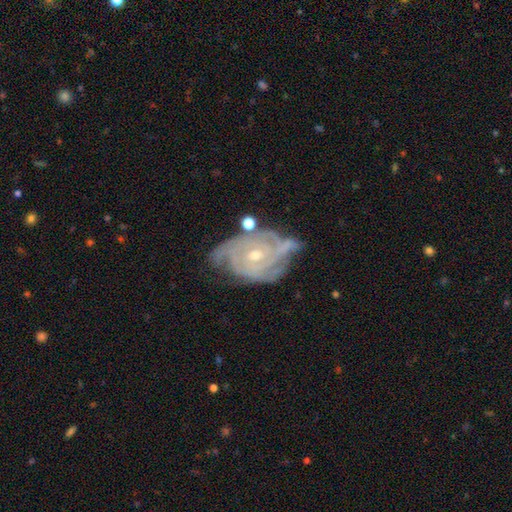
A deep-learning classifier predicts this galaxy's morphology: Q: Smooth or featured?
A: featured or disk (89%); runner-up: star or artifact (6%)
Q: Edge-on disk?
A: no (97%); runner-up: yes (3%)
Q: Bar?
A: no (61%); runner-up: weak (31%)
Q: Spiral arms?
A: yes (97%); runner-up: no (3%)
Q: Spiral winding?
A: tight (76%); runner-up: medium (21%)
Q: Spiral arm count?
A: 3 (28%); runner-up: can't tell (23%)
Q: Bulge size?
A: small (57%); runner-up: moderate (41%)
Q: Merging?
A: none (58%); runner-up: minor disturbance (26%)